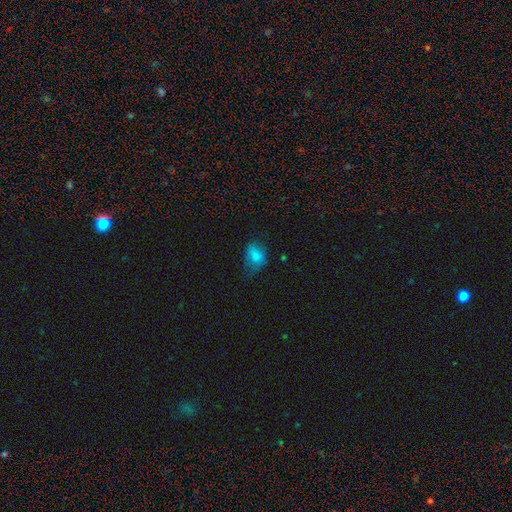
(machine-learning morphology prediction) Q: Smooth or featured?
A: smooth (78%); runner-up: featured or disk (11%)
Q: How rounded?
A: in between (71%); runner-up: round (27%)
Q: Merging?
A: none (45%); runner-up: minor disturbance (35%)